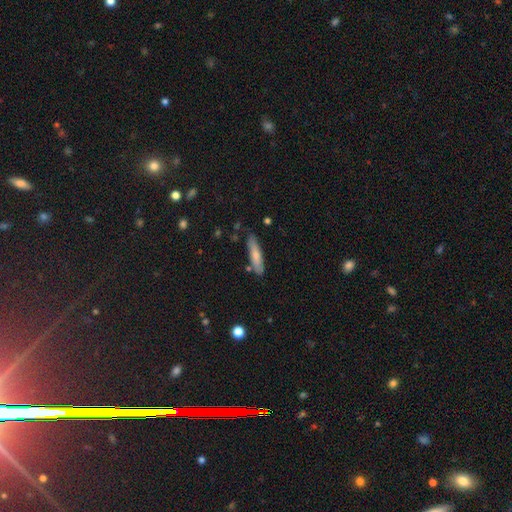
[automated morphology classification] Smooth or featured?
  - smooth: 71% *
  - featured or disk: 23%
  - star or artifact: 6%
How rounded?
  - cigar-shaped: 83% *
  - in between: 16%
  - round: 1%
Merging?
  - none: 80% *
  - minor disturbance: 14%
  - merger: 4%
  - major disturbance: 2%